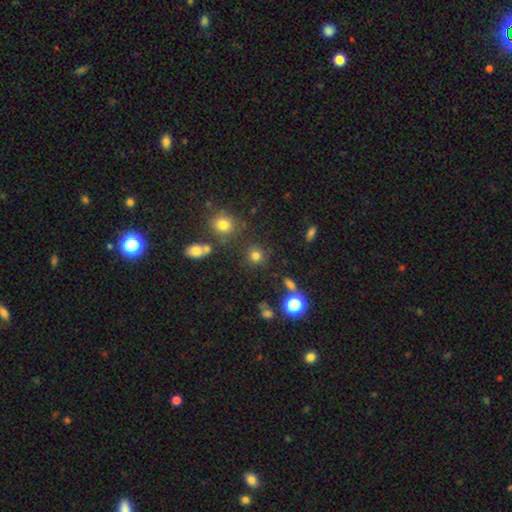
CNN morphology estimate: smooth 76%, star or artifact 17%, featured or disk 7%. Down the decision tree: how rounded — round (88%); merging — none (81%).